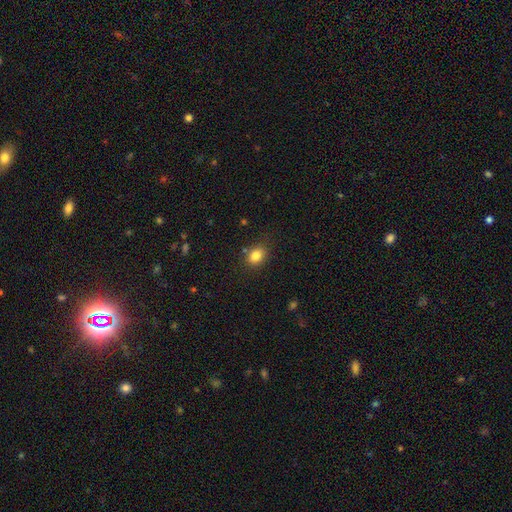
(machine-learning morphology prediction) Smooth or featured: smooth — 84% (star or artifact — 10%)
How rounded: in between — 61% (round — 38%)
Merging: none — 80% (minor disturbance — 13%)